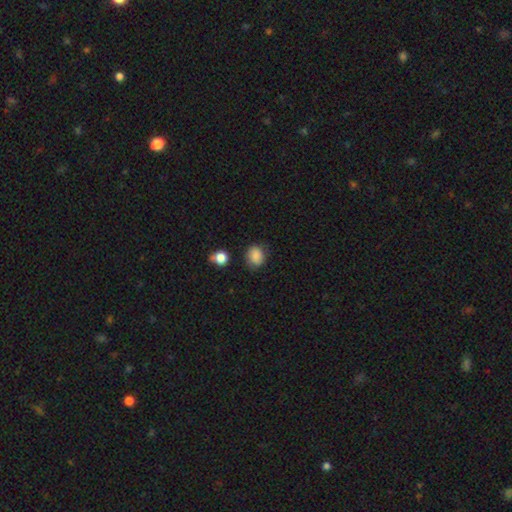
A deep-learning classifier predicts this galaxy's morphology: Q: Smooth or featured?
A: smooth (84%); runner-up: star or artifact (10%)
Q: How rounded?
A: round (63%); runner-up: in between (36%)
Q: Merging?
A: none (75%); runner-up: minor disturbance (18%)